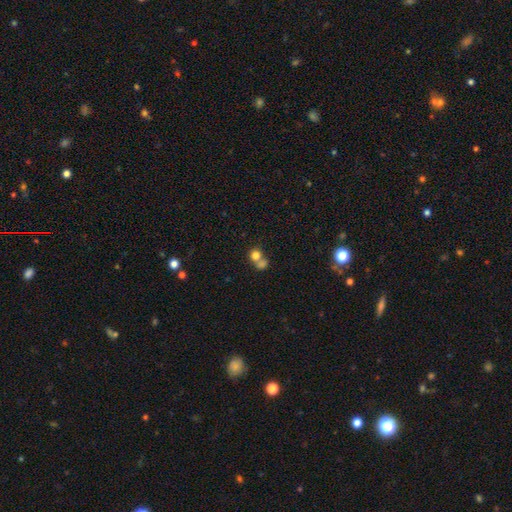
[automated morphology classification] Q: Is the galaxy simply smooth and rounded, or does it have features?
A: smooth — 77%.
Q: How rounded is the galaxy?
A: round — 81%.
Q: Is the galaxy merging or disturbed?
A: merger — 54%.